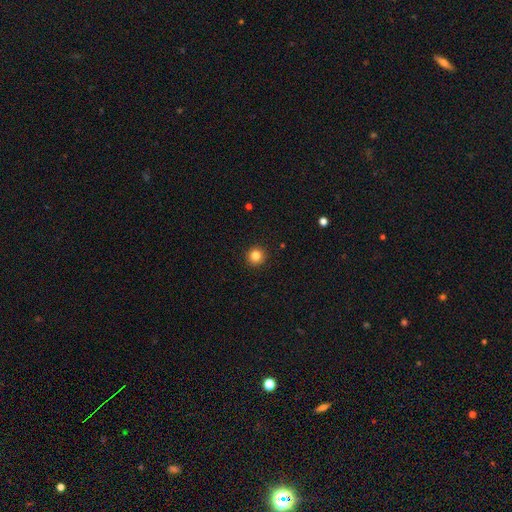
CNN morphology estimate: Smooth or featured: smooth — 84% (star or artifact — 12%)
How rounded: round — 95% (in between — 4%)
Merging: none — 93% (minor disturbance — 4%)